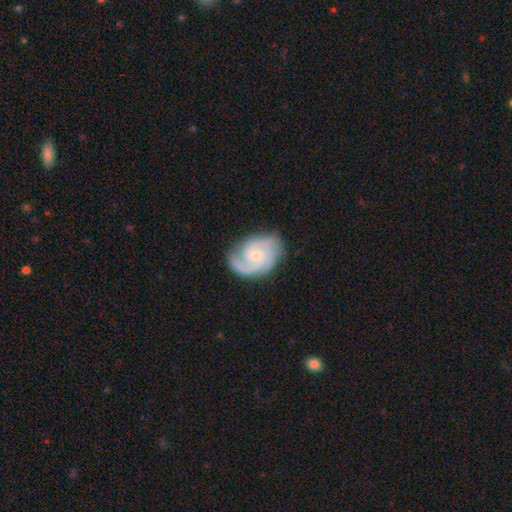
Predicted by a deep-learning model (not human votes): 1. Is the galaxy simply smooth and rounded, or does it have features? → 89% featured or disk, 6% smooth, 4% star or artifact.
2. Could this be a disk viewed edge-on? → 98% no, 2% yes.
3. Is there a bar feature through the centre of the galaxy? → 60% no, 34% weak, 6% strong.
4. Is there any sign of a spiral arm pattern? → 98% yes, 2% no.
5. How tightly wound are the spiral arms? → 48% tight, 45% medium, 8% loose.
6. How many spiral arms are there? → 64% 2, 21% 3, 6% can't tell, 4% 1, 3% 4, 2% more than 4.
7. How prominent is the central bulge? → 68% small, 24% moderate, 6% none, 1% large, 1% dominant.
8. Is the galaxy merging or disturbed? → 77% none, 16% minor disturbance, 5% major disturbance, 1% merger.